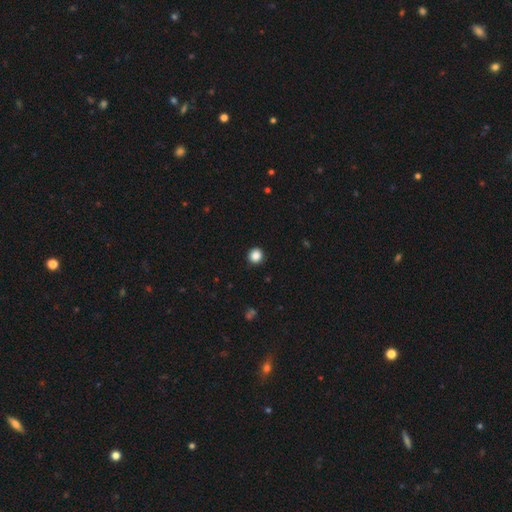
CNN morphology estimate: smooth-or-featured: smooth: 87% | star or artifact: 10% | featured or disk: 3%
  how-rounded: round: 94% | in between: 5% | cigar-shaped: 1%
  merging: none: 93% | minor disturbance: 5% | major disturbance: 2% | merger: 1%